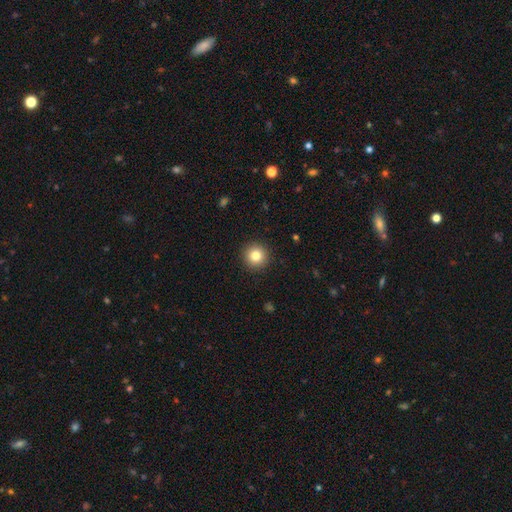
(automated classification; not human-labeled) Overall: smooth (82%). How rounded: round (95%). Merging: none (92%).